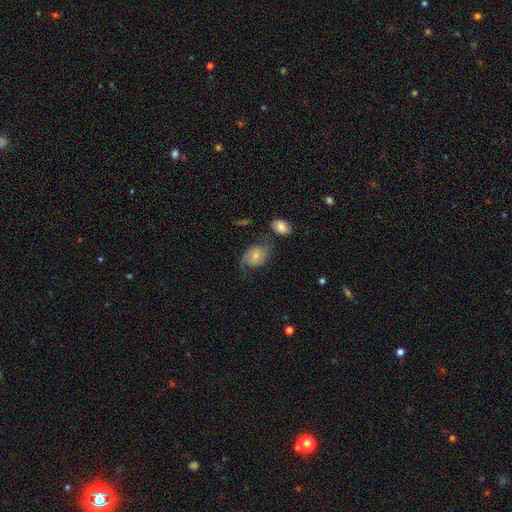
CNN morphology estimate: The model was most divided on "spiral winding": medium: 44%, loose: 38%, tight: 17%. Remaining: edge-on disk — no (97%); spiral arms — yes (89%); spiral arm count — 2 (84%); smooth or featured — featured or disk (58%); merging — none (54%); bulge size — small (51%); bar — weak (47%).